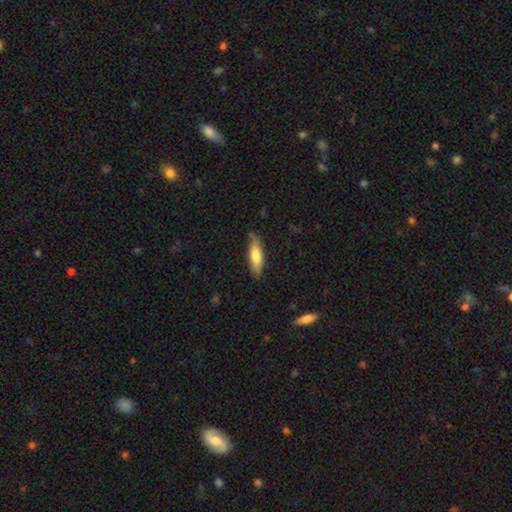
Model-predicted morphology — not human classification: smooth 71%, featured or disk 23%, star or artifact 6%. Down the decision tree: how rounded — cigar-shaped (58%); merging — none (76%).